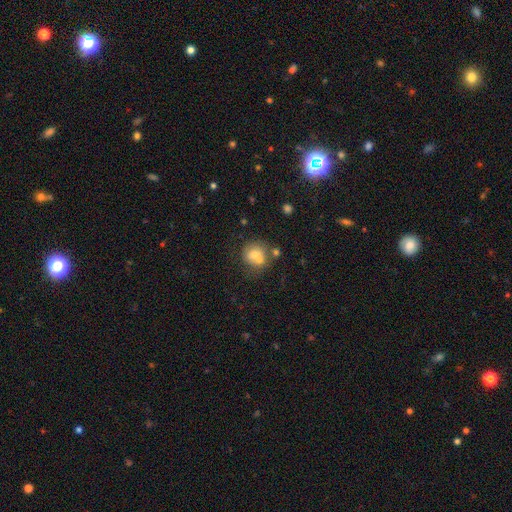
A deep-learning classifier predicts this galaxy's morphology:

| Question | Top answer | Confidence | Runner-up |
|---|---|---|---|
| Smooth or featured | smooth | 66% | featured or disk (23%) |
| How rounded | round | 79% | in between (20%) |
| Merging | none | 44% | merger (38%) |